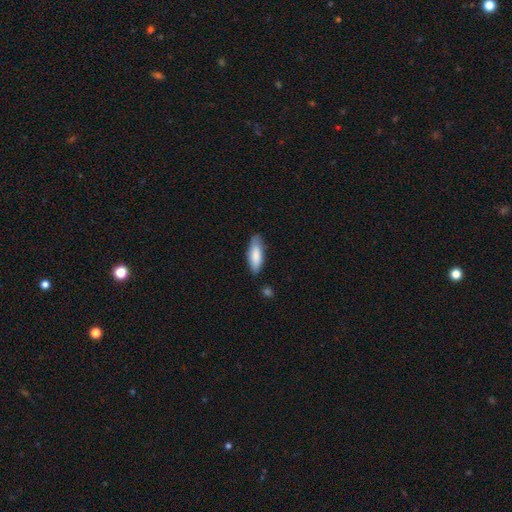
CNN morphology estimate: The model was most divided on "how rounded": in between: 64%, cigar-shaped: 34%, round: 2%. More confident: smooth or featured — smooth (84%); merging — none (77%).